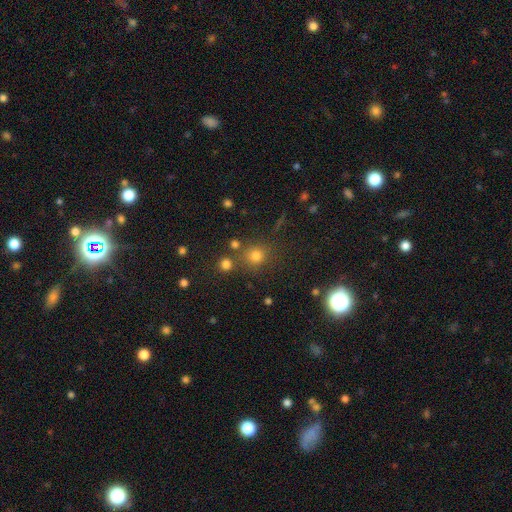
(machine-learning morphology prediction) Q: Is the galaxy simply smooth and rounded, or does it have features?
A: smooth — 71%.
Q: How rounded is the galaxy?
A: round — 89%.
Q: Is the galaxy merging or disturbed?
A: none — 77%.